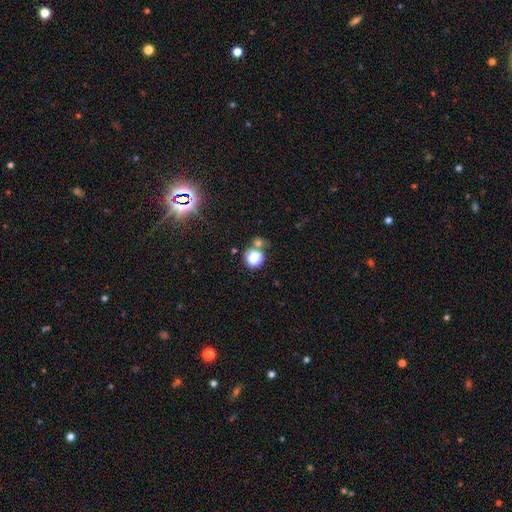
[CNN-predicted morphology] Smooth or featured?
  - smooth: 70% *
  - star or artifact: 22%
  - featured or disk: 8%
How rounded?
  - round: 88% *
  - in between: 11%
  - cigar-shaped: 1%
Merging?
  - none: 63% *
  - merger: 22%
  - minor disturbance: 9%
  - major disturbance: 5%